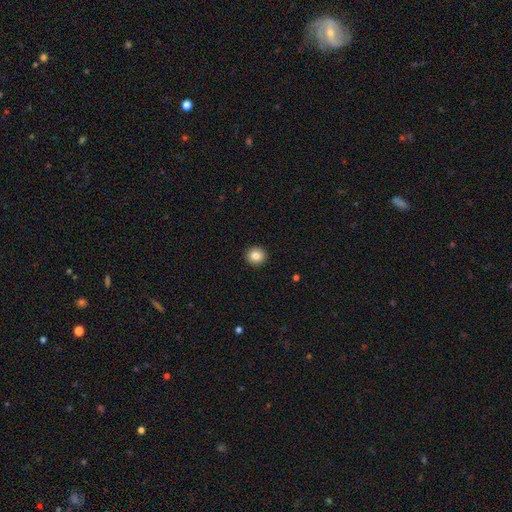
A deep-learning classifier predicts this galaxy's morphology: Overall: smooth (84%). How rounded: round (91%). Merging: none (93%).